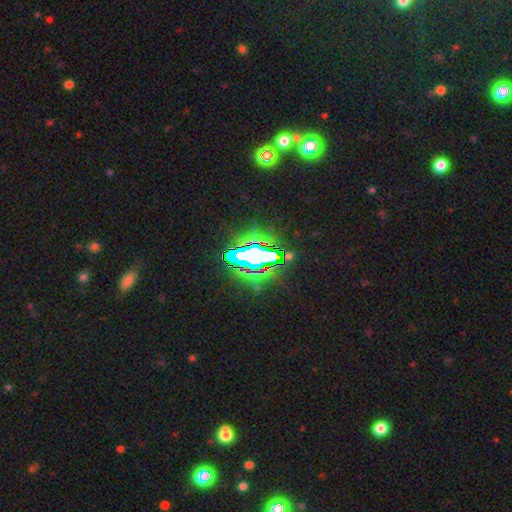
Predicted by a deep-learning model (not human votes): Morphology: type=star or artifact (75%).